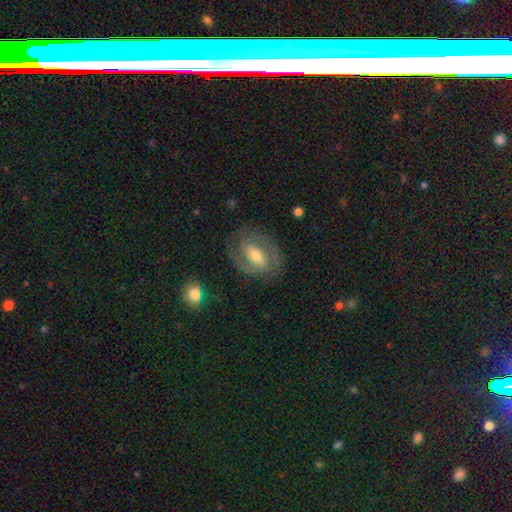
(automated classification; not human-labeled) Smooth or featured? Predicted: featured or disk (p=0.75). Edge-on disk? Predicted: no (p=0.95). Bar? Predicted: strong (p=0.44). Spiral arms? Predicted: yes (p=0.80). Spiral winding? Predicted: tight (p=0.47). Spiral arm count? Predicted: 2 (p=0.83). Bulge size? Predicted: moderate (p=0.62). Merging? Predicted: none (p=0.80).